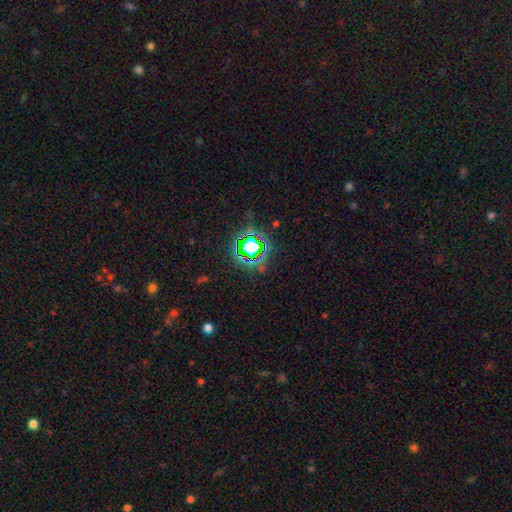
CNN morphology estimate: This is likely a star or artifact rather than a galaxy (78%).